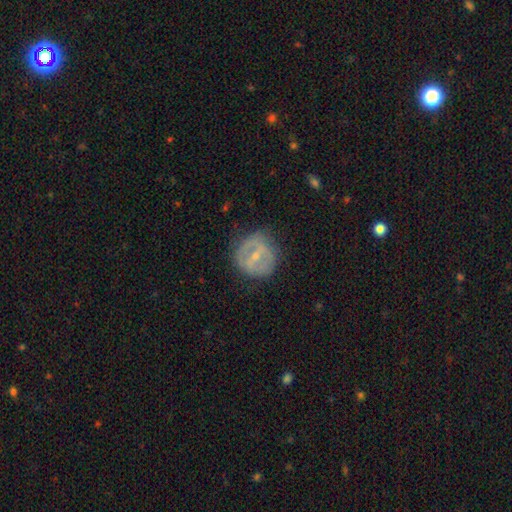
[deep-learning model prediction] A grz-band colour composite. It shows a featured or disk galaxy (61%) with a weak bar (40%), no spiral arms (68%) and a small central bulge (60%). Merging: none (72%).